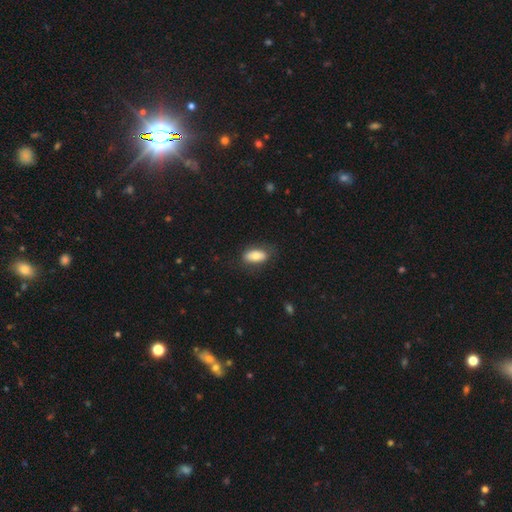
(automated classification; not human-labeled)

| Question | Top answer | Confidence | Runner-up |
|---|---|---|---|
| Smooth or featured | smooth | 73% | featured or disk (20%) |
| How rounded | in between | 87% | cigar-shaped (8%) |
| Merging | none | 77% | minor disturbance (17%) |